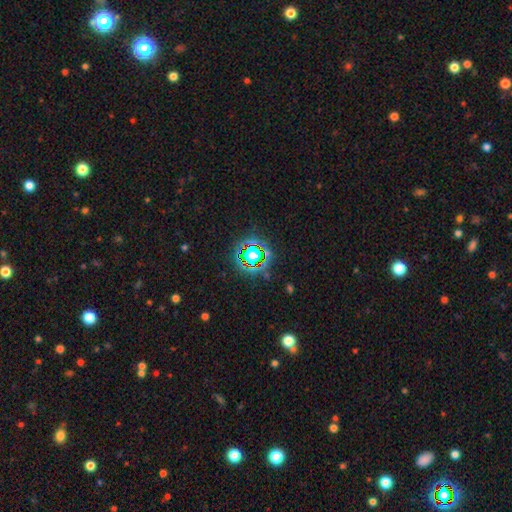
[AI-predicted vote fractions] Q: Smooth or featured?
A: star or artifact (64%); runner-up: smooth (24%)